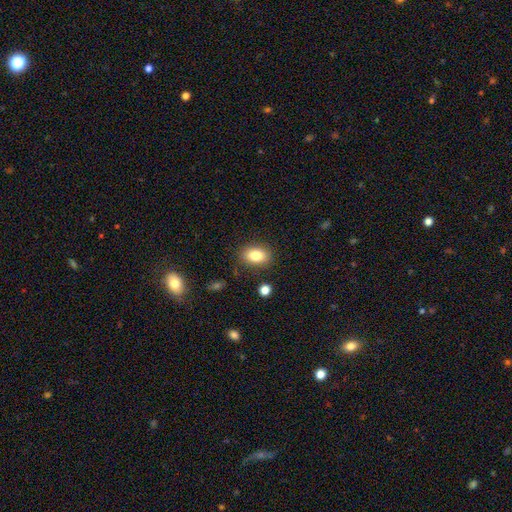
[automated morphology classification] Overall: smooth (82%). How rounded: in between (80%). Merging: none (85%).